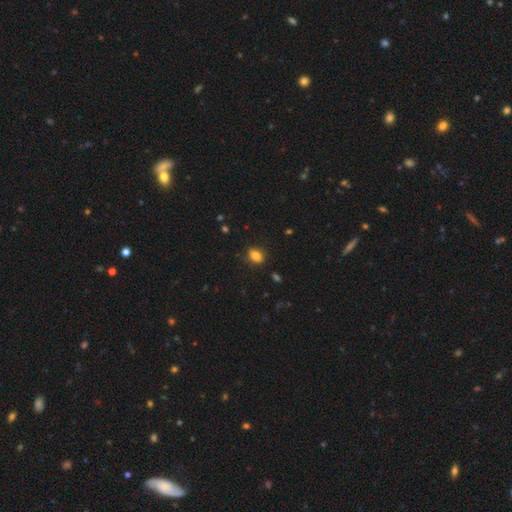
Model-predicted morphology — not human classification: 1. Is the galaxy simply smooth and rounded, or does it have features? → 84% smooth, 10% star or artifact, 5% featured or disk.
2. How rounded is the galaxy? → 78% in between, 20% round, 2% cigar-shaped.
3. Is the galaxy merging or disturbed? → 82% none, 14% minor disturbance, 3% major disturbance, 1% merger.